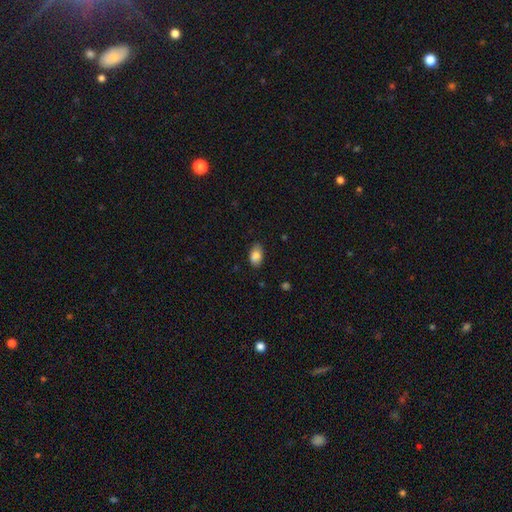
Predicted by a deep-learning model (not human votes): Smooth or featured? Predicted: smooth (p=0.86). How rounded? Predicted: in between (p=0.89). Merging? Predicted: none (p=0.80).